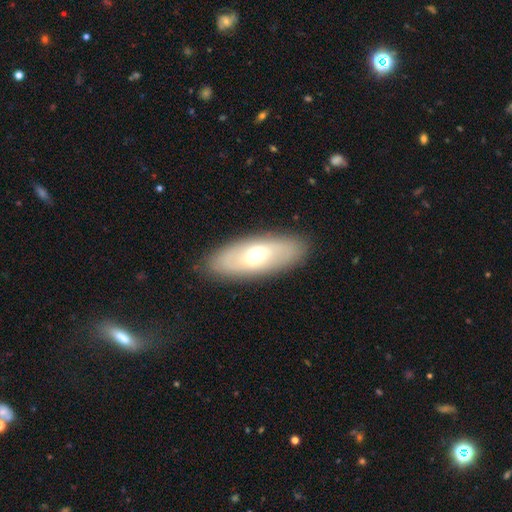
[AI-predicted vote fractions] Smooth or featured? Predicted: smooth (p=0.49). Merging? Predicted: none (p=0.88).